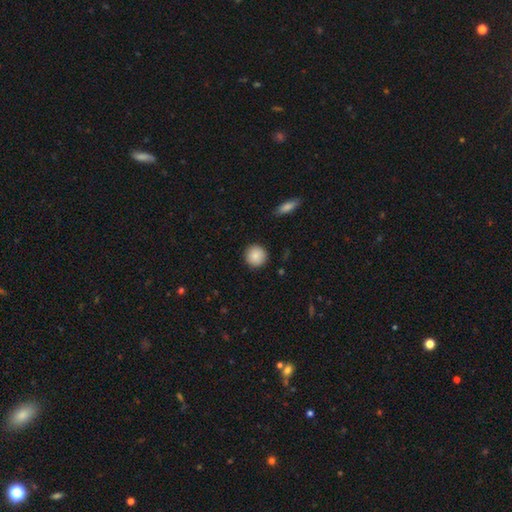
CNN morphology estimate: Overall: smooth (87%). How rounded: round (94%). Merging: none (91%).